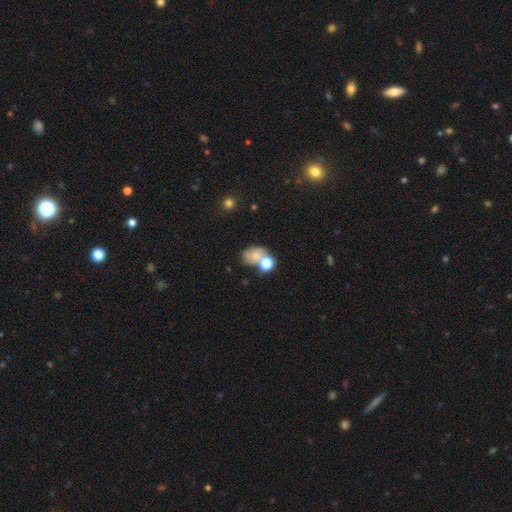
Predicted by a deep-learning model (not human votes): A smooth galaxy with no disk features (64%) that is in between round and cigar-shaped (63%). Merging: merger (38%).